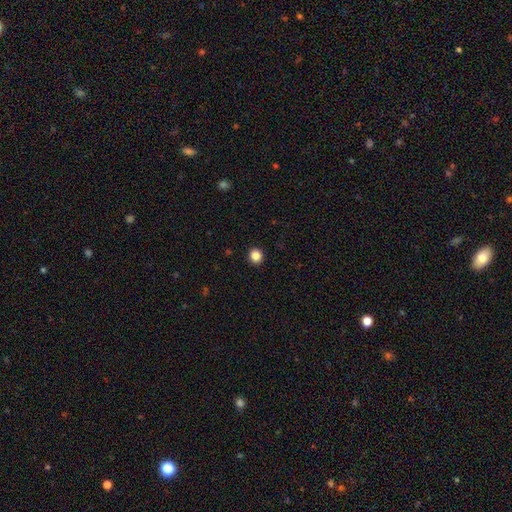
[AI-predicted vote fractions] Smooth or featured?
  - smooth: 85% *
  - star or artifact: 11%
  - featured or disk: 4%
How rounded?
  - round: 89% *
  - in between: 10%
  - cigar-shaped: 1%
Merging?
  - none: 93% *
  - minor disturbance: 5%
  - major disturbance: 1%
  - merger: 1%